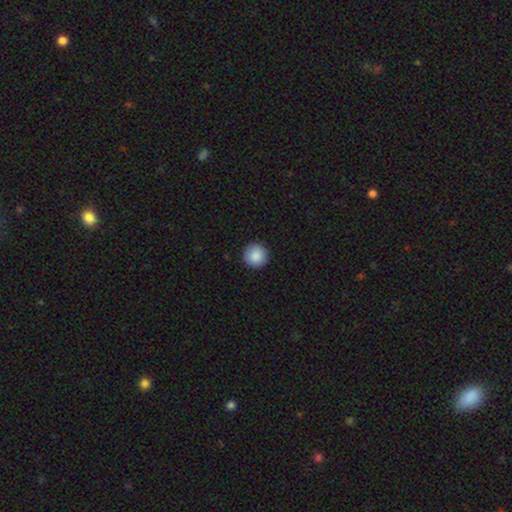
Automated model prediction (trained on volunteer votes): Q: Smooth or featured?
A: smooth (89%); runner-up: star or artifact (8%)
Q: How rounded?
A: round (95%); runner-up: in between (4%)
Q: Merging?
A: none (91%); runner-up: minor disturbance (6%)